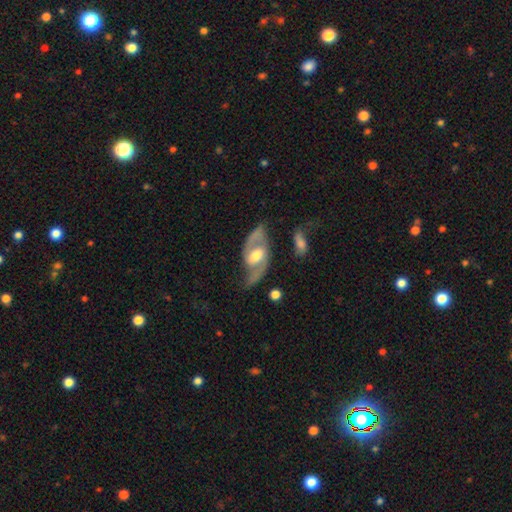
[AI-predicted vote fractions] This appears to be a featured or disk galaxy (82%) with a weak bar (48%), 2 (86%) medium (48%) spiral arms (89%) and a moderate central bulge (68%). Merging: none (59%).